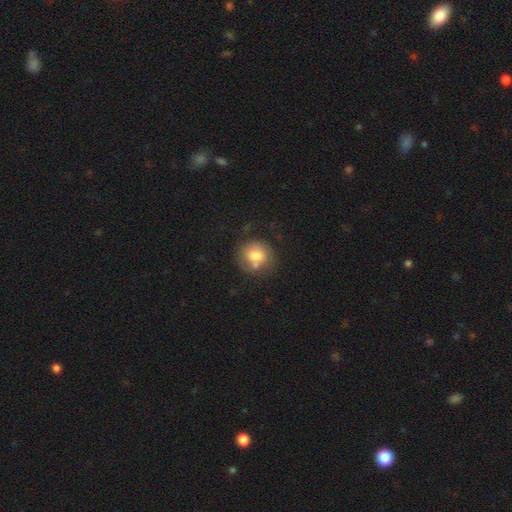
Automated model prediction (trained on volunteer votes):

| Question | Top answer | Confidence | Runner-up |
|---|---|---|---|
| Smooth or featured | smooth | 73% | featured or disk (18%) |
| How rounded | round | 81% | in between (18%) |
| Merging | none | 57% | minor disturbance (20%) |